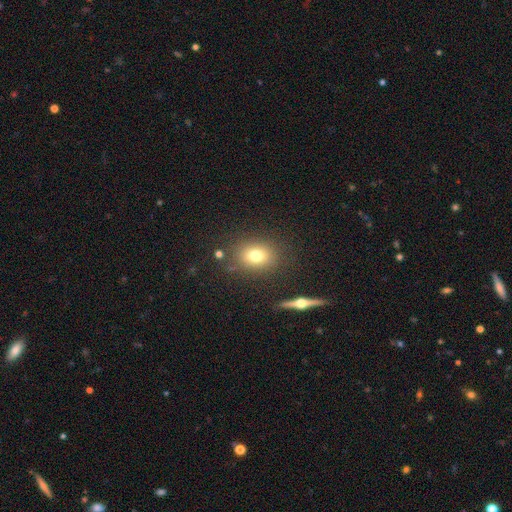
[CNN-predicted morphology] Overall: smooth (73%). How rounded: round (50%; in between 48%). Merging: none (82%).